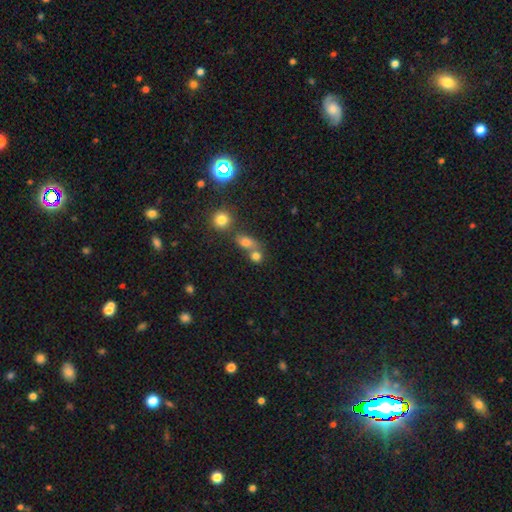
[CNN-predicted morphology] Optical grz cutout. It shows a smooth galaxy with no disk features (76%) that is round (64%). Merging: merger (45%).